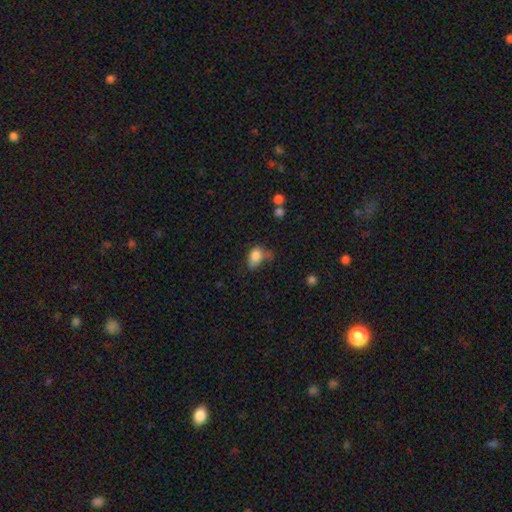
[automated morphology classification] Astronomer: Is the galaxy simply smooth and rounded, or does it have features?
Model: smooth — 80%.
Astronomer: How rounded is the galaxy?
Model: in between — 79%.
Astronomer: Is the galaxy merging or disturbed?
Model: none — 35% (runner-up: minor disturbance, 34%).